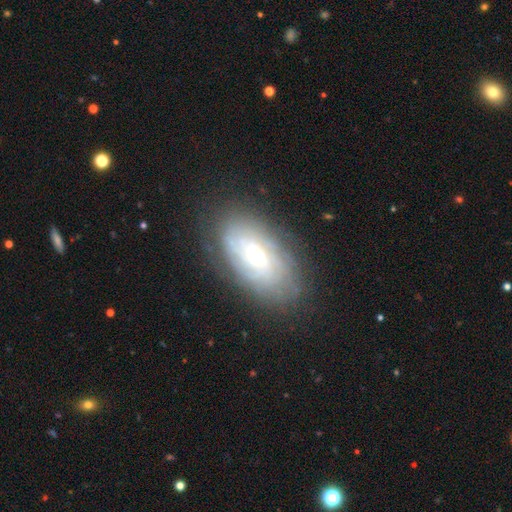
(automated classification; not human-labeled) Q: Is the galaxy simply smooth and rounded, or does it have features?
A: featured or disk — 71%.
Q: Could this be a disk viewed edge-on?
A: no — 92%.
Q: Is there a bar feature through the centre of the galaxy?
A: no — 66%.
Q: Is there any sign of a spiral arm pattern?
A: yes — 83%.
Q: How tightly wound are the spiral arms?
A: tight — 74%.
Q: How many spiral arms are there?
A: can't tell — 58%.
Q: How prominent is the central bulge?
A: small — 51%.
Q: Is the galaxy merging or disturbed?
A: none — 79%.